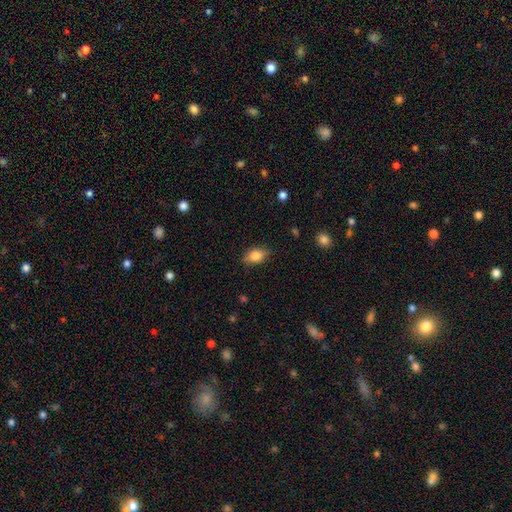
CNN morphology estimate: This is likely a smooth galaxy (74%). How rounded: clearly in between (81%). Merging: clearly none (82%).